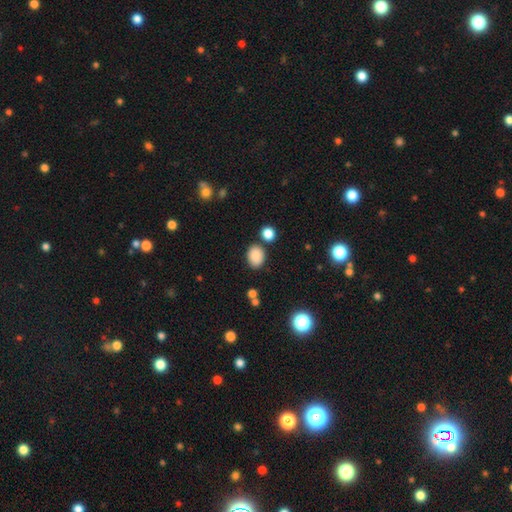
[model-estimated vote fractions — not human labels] Morphology: type=smooth (86%); roundness=in between (62%); merging=none (79%).